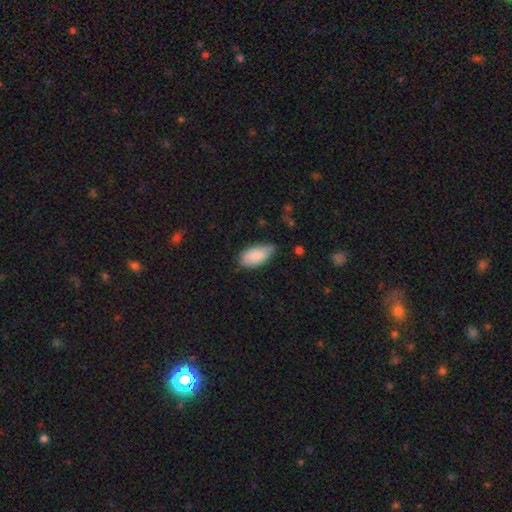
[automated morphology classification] A smooth galaxy with no disk features (85%) that is in between round and cigar-shaped (94%).

Vote fractions:
- Smooth or featured? smooth: 85% / featured or disk: 9% / star or artifact: 6%
- How rounded? in between: 94% / cigar-shaped: 4% / round: 2%
- Merging? none: 59% / minor disturbance: 34% / major disturbance: 5% / merger: 2%